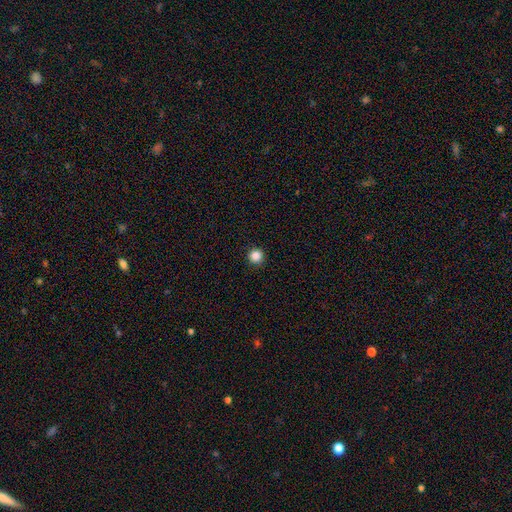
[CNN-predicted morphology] A smooth galaxy with no disk features (86%) that is round (96%). Merging: none (93%).